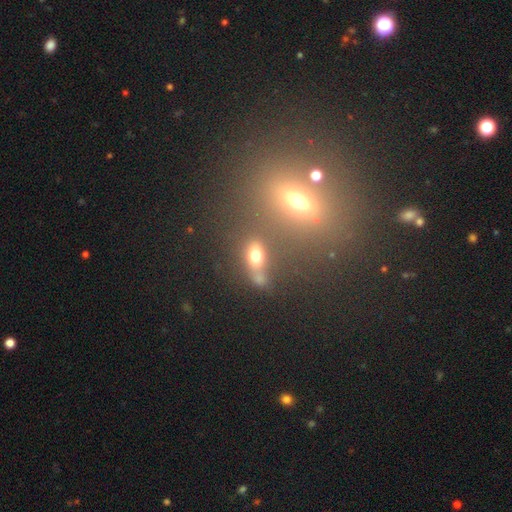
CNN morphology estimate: A smooth galaxy with no disk features (66%) that is in between round and cigar-shaped (66%). Merging: none (52%).